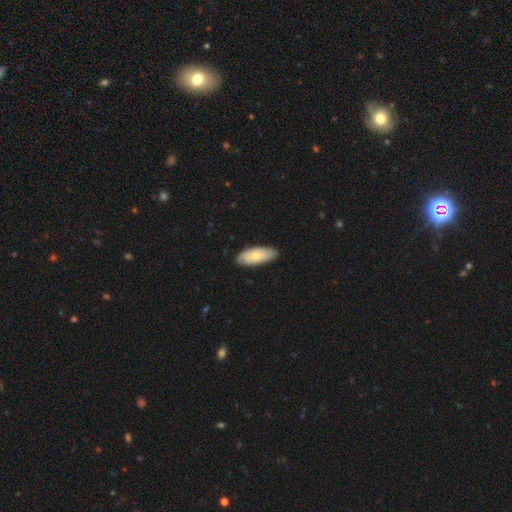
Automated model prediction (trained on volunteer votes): Overall: smooth (64%; featured or disk 31%). How rounded: in between (82%). Merging: none (86%).